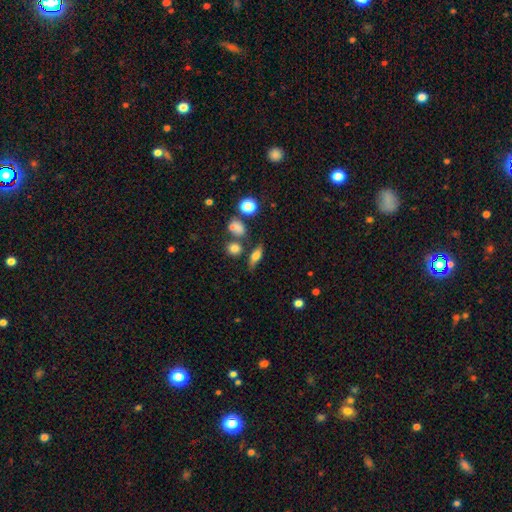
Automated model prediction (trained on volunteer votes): The model was most divided on "how rounded": in between: 55%, cigar-shaped: 32%, round: 13%. More confident: merging — none (70%); smooth or featured — smooth (59%).